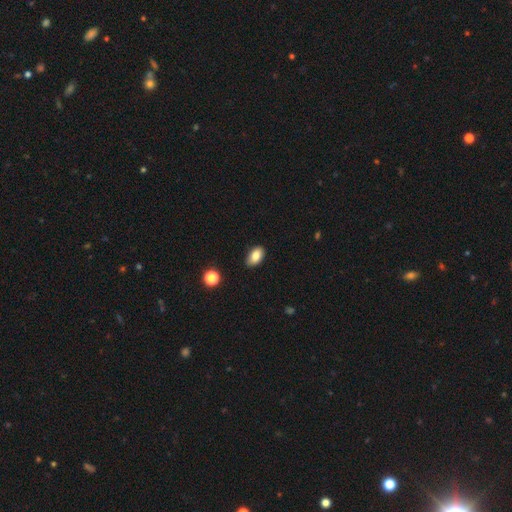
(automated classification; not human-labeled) Overall: smooth (83%). How rounded: in between (92%). Merging: none (86%).